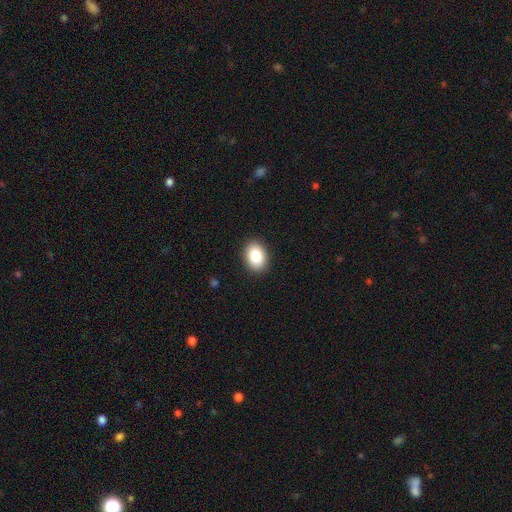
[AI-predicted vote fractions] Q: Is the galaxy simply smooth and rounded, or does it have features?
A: smooth — 86%.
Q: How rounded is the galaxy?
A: in between — 79%.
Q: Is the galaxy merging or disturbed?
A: none — 90%.